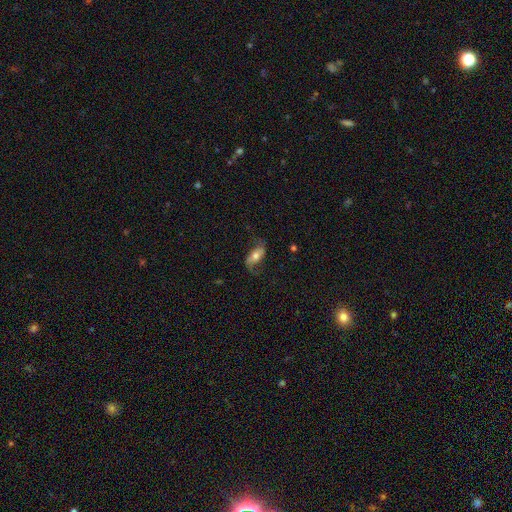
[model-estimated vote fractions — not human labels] Morphology: type=featured or disk (62%); edge-on=no (88%); bar=no (43%); spiral arms=yes (87%); bulge=moderate (62%); merging=none (69%).